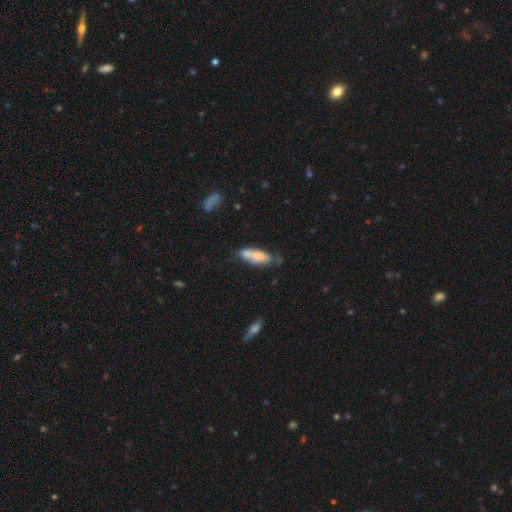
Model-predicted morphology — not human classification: Smooth or featured?
  - smooth: 70% *
  - featured or disk: 23%
  - star or artifact: 7%
How rounded?
  - in between: 53% *
  - cigar-shaped: 45%
  - round: 2%
Merging?
  - none: 47% *
  - minor disturbance: 29%
  - merger: 14%
  - major disturbance: 9%